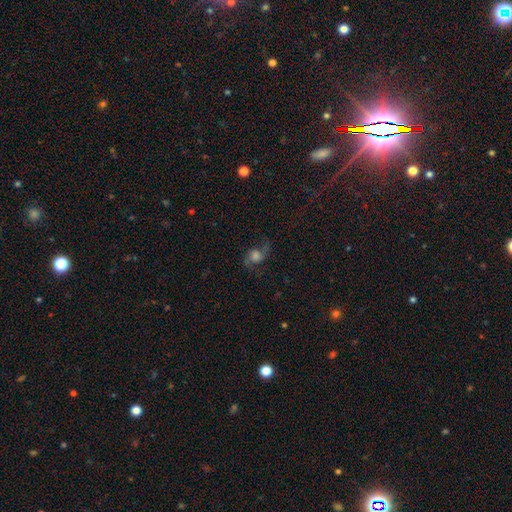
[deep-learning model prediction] Smooth or featured? Predicted: featured or disk (p=0.65). Edge-on disk? Predicted: no (p=0.95). Bar? Predicted: no (p=0.65). Spiral arms? Predicted: yes (p=0.93). Spiral winding? Predicted: loose (p=0.71). Spiral arm count? Predicted: 2 (p=0.91). Bulge size? Predicted: large (p=0.36). Merging? Predicted: none (p=0.68).